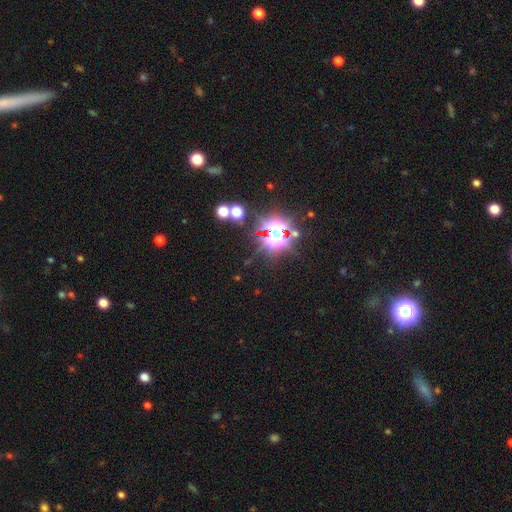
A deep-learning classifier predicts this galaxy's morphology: smooth_or_featured: star or artifact (p=0.82) [alt: smooth p=0.11]